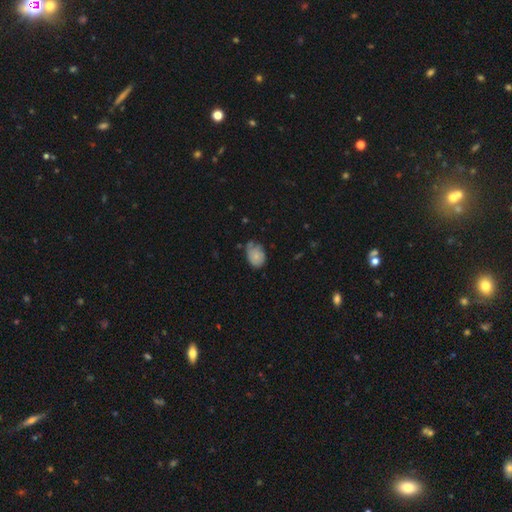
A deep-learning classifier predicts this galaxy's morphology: smooth 70%, featured or disk 22%, star or artifact 8%. Down the decision tree: how rounded — in between (63%); merging — none (44%).